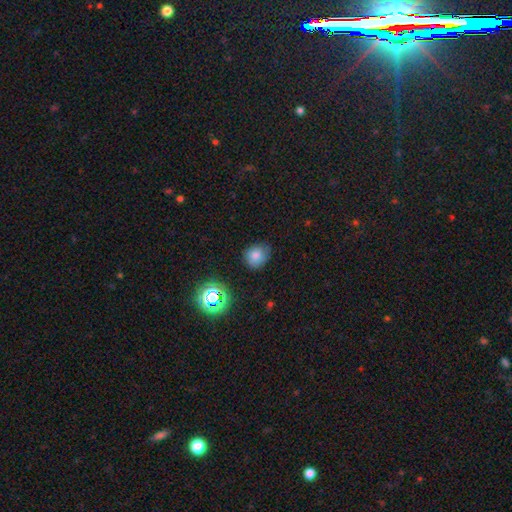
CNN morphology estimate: A smooth galaxy with no disk features (76%) that is round (70%). Merging: none (75%).